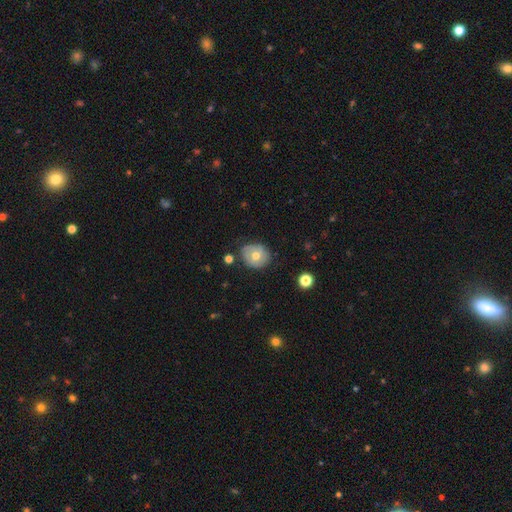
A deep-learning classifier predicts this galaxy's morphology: Smooth or featured?
  - smooth: 57% *
  - featured or disk: 35%
  - star or artifact: 8%
How rounded?
  - round: 66% *
  - in between: 33%
  - cigar-shaped: 1%
Merging?
  - none: 73% *
  - minor disturbance: 20%
  - major disturbance: 5%
  - merger: 2%